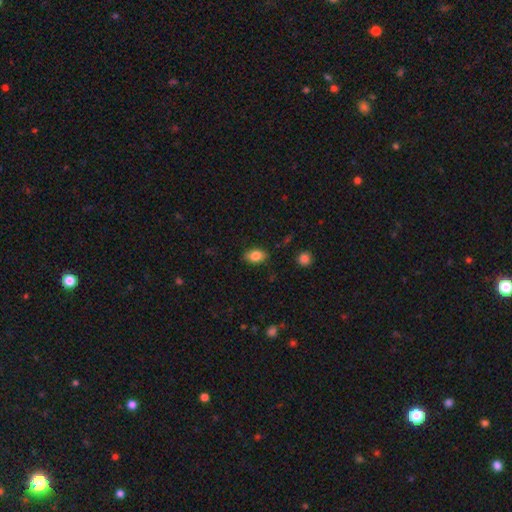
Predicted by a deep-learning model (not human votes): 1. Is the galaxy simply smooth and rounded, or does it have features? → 84% smooth, 8% star or artifact, 8% featured or disk.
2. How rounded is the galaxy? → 84% in between, 14% round, 2% cigar-shaped.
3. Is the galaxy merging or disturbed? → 85% none, 11% minor disturbance, 2% major disturbance, 1% merger.